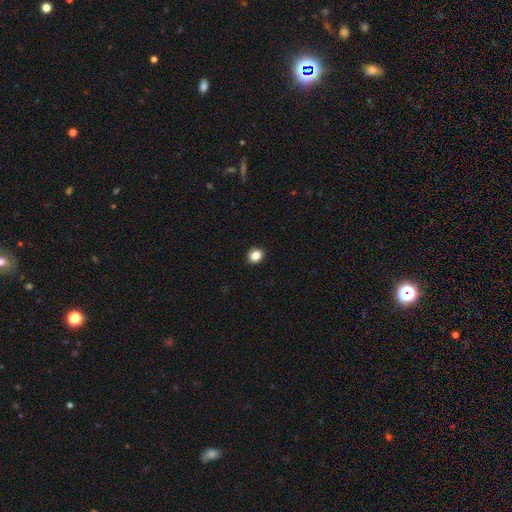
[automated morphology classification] type=smooth (86%); roundness=round (64%); merging=none (91%).